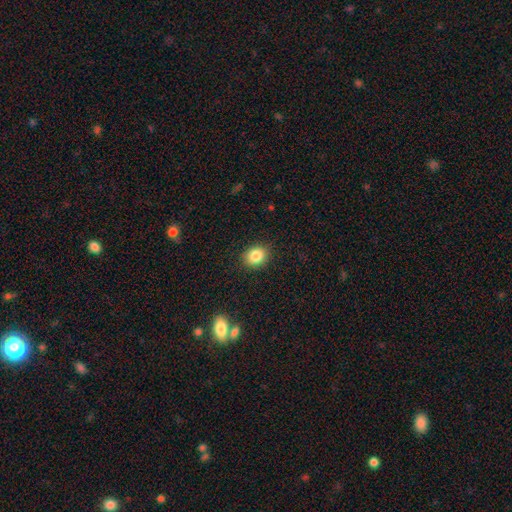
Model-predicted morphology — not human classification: Smooth or featured? Predicted: smooth (p=0.85). How rounded? Predicted: round (p=0.54). Merging? Predicted: none (p=0.88).